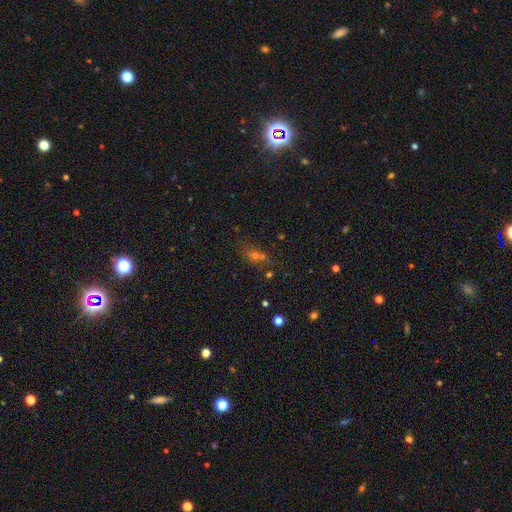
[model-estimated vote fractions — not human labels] The model was most divided on "smooth or featured": smooth: 47%, star or artifact: 37%, featured or disk: 16%. More confident: merging — none (56%).